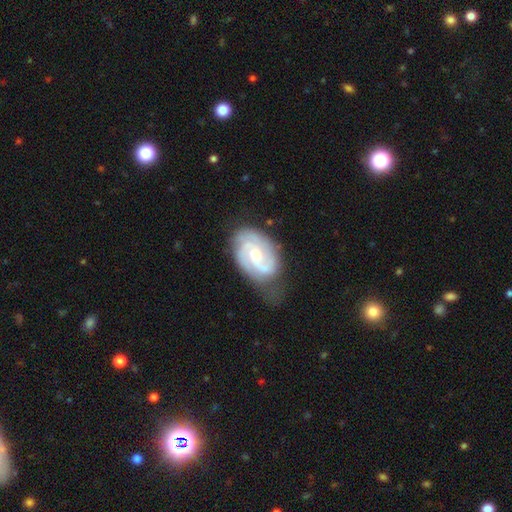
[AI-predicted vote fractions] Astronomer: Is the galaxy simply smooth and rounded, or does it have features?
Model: featured or disk — 86%.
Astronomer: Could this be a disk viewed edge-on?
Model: no — 97%.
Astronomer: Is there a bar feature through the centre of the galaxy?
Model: no — 51% (runner-up: weak, 42%).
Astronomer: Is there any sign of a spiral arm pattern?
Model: yes — 97%.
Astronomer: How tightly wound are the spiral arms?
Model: tight — 52% (runner-up: medium, 39%).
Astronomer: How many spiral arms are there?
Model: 2 — 39% (runner-up: 3, 29%).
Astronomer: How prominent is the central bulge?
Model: moderate — 49% (runner-up: small, 46%).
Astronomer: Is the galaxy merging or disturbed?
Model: none — 61%.